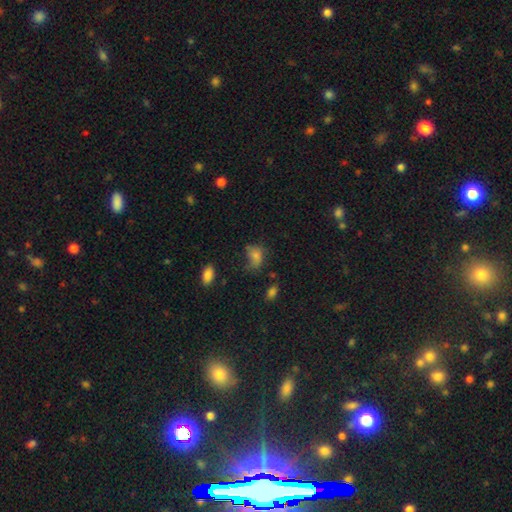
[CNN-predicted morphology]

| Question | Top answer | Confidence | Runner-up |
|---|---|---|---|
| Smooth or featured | smooth | 73% | star or artifact (15%) |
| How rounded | in between | 72% | round (26%) |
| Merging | none | 40% | minor disturbance (32%) |